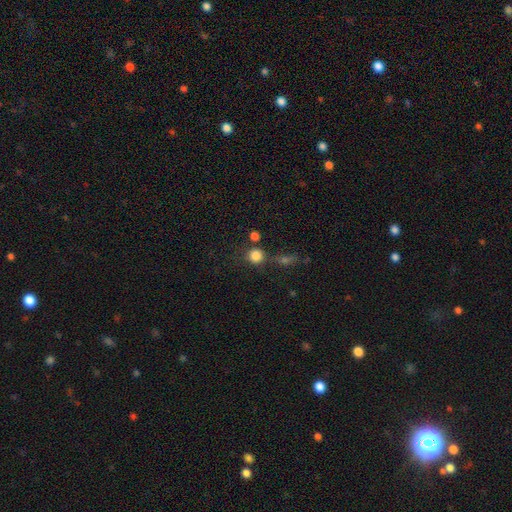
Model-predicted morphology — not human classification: The model was most divided on "merging": none: 68%, merger: 15%, minor disturbance: 12%, major disturbance: 6%. More confident: how rounded — round (90%); smooth or featured — smooth (82%).